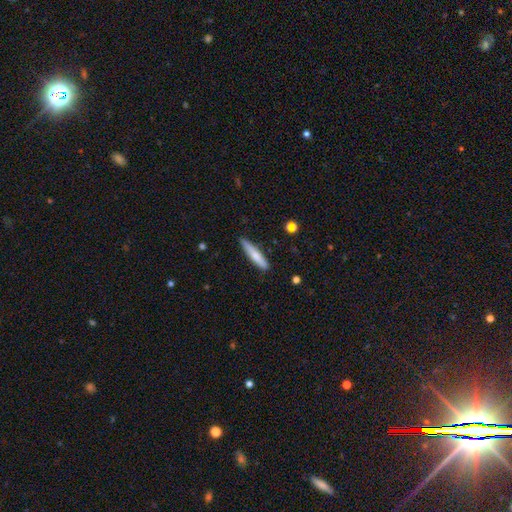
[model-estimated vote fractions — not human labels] Smooth or featured?
  - smooth: 69% *
  - featured or disk: 25%
  - star or artifact: 6%
How rounded?
  - cigar-shaped: 89% *
  - in between: 10%
  - round: 1%
Merging?
  - none: 82% *
  - minor disturbance: 14%
  - major disturbance: 2%
  - merger: 2%